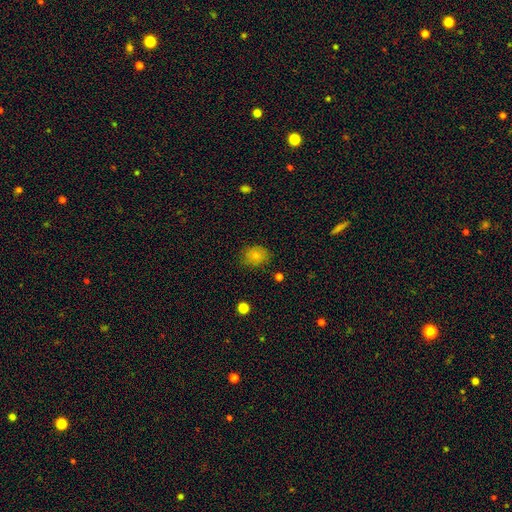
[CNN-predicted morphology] smooth_or_featured: smooth (p=0.81) [alt: star or artifact p=0.10]
how_rounded: round (p=0.52) [alt: in between p=0.47]
merging: none (p=0.79) [alt: minor disturbance p=0.16]